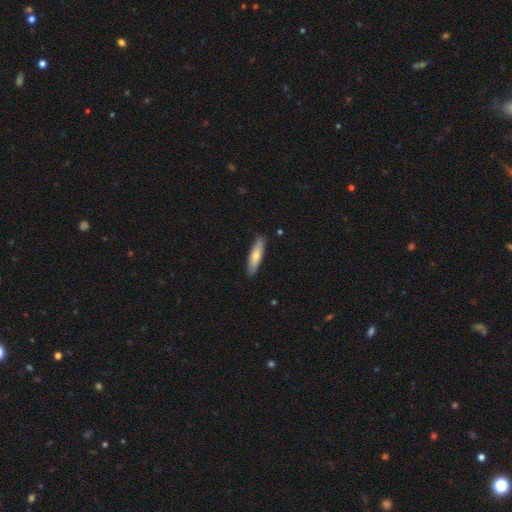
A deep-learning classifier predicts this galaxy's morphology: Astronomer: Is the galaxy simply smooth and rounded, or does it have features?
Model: smooth — 65%.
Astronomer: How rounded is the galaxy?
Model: cigar-shaped — 70%.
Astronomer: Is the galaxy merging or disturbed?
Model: none — 86%.